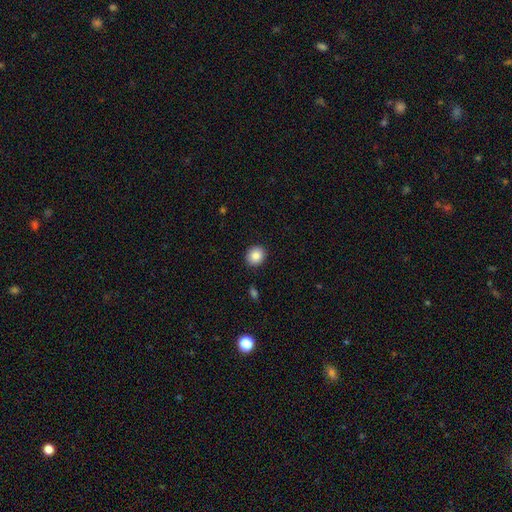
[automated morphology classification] Smooth or featured: smooth — 87% (star or artifact — 8%)
How rounded: round — 80% (in between — 19%)
Merging: none — 90% (minor disturbance — 6%)